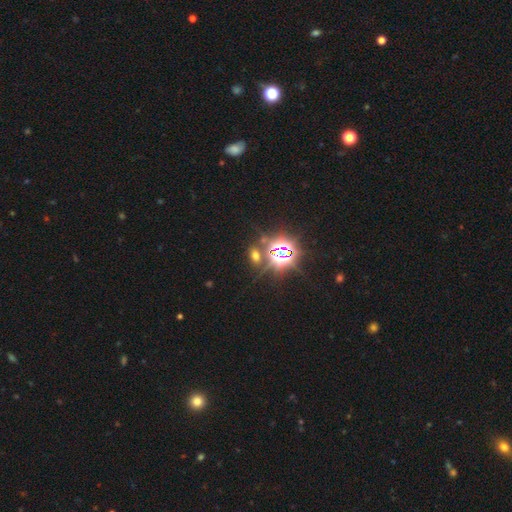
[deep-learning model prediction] A star or artifact, not a galaxy (56%).

Vote fractions:
- Smooth or featured? star or artifact: 56% / smooth: 35% / featured or disk: 10%